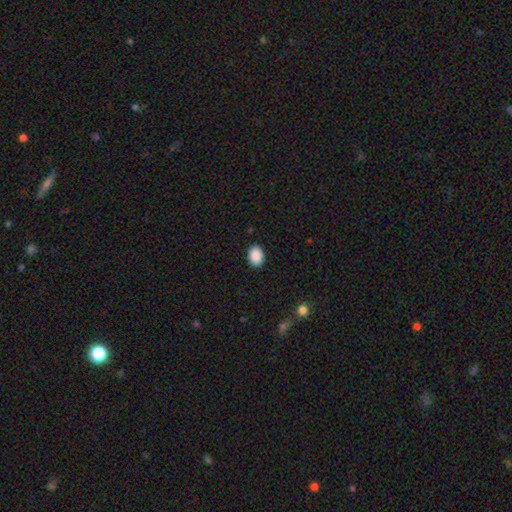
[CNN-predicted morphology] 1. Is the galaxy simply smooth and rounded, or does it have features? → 90% smooth, 7% star or artifact, 2% featured or disk.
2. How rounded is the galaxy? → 76% in between, 23% round, 1% cigar-shaped.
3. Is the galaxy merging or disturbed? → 90% none, 7% minor disturbance, 2% major disturbance, 1% merger.